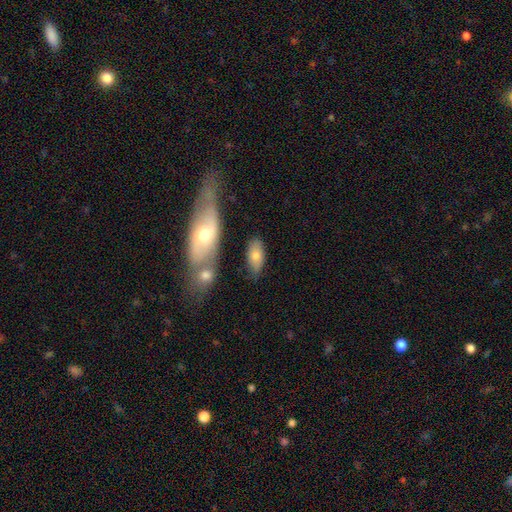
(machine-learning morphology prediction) The model was most divided on "smooth or featured": smooth: 71%, featured or disk: 22%, star or artifact: 7%. More confident: how rounded — in between (88%); merging — none (67%).